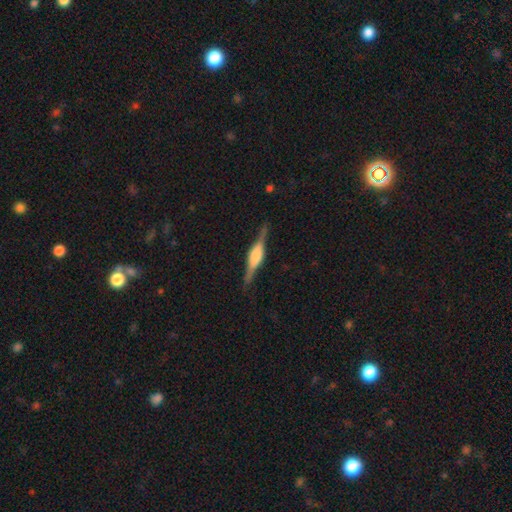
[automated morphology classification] featured or disk 79%, smooth 16%, star or artifact 6%. Down the decision tree: edge-on disk — yes (98%); edge-on bulge — rounded (58%); merging — none (86%).